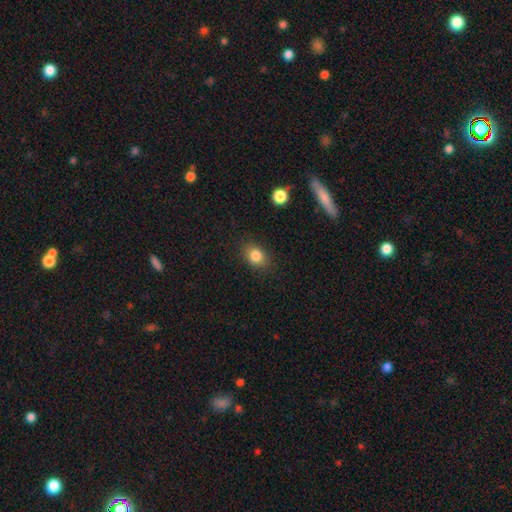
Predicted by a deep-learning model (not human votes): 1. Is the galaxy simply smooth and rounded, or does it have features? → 83% smooth, 10% star or artifact, 7% featured or disk.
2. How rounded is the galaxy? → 61% in between, 38% round, 1% cigar-shaped.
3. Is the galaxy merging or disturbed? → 85% none, 10% minor disturbance, 3% major disturbance, 1% merger.